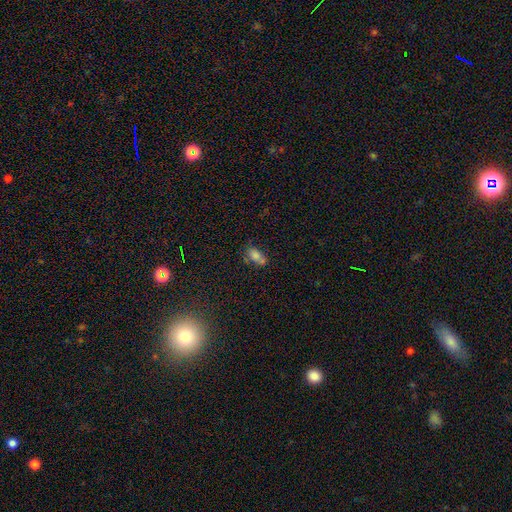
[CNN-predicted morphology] Overall: smooth (76%). How rounded: in between (85%). Merging: none (47%; merger 25%).